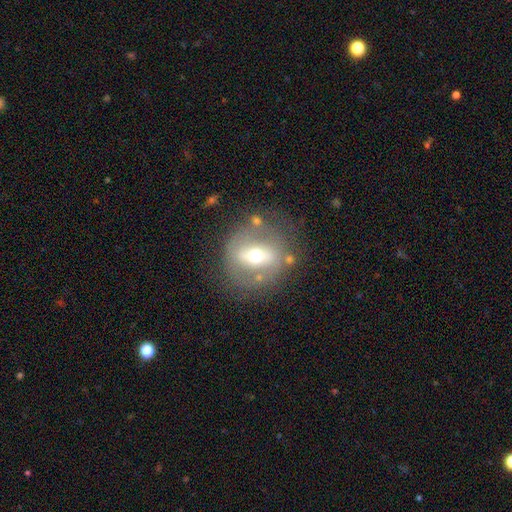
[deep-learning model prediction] Morphology: type=featured or disk (57%); edge-on=no (91%); bar=strong (44%); spiral arms=no (72%); bulge=moderate (67%); merging=none (72%).